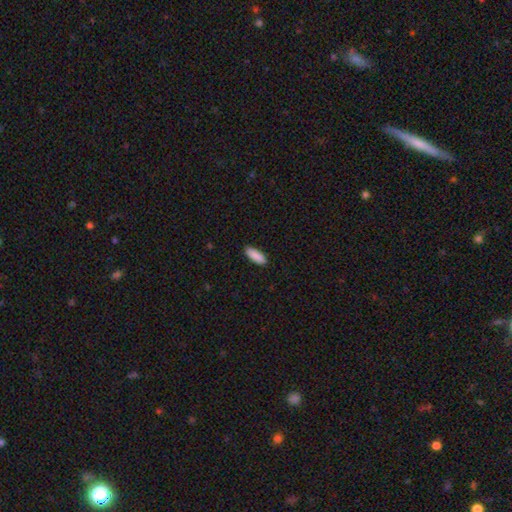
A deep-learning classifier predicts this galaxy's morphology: smooth 90%, star or artifact 6%, featured or disk 4%. Down the decision tree: how rounded — in between (61%); merging — none (90%).